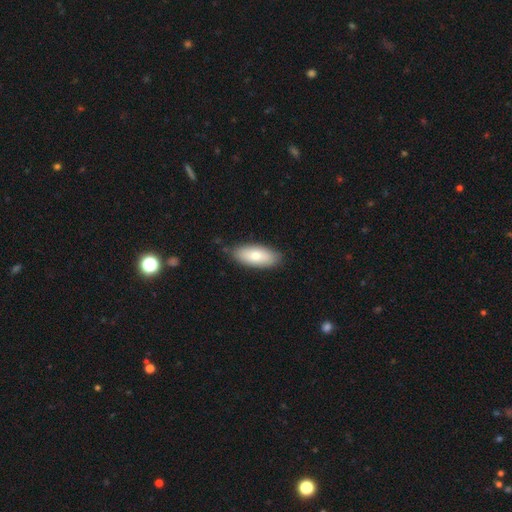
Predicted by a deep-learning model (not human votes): smooth_or_featured: smooth (p=0.77) [alt: featured or disk p=0.17]
how_rounded: in between (p=0.84) [alt: cigar-shaped p=0.13]
merging: none (p=0.84) [alt: minor disturbance p=0.12]